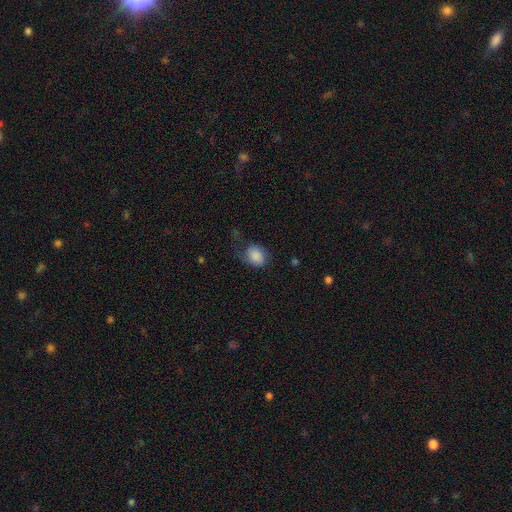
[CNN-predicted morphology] A smooth galaxy with no disk features (83%) that is in between round and cigar-shaped (56%).

Vote fractions:
- Smooth or featured? smooth: 83% / featured or disk: 10% / star or artifact: 8%
- How rounded? in between: 56% / round: 43% / cigar-shaped: 1%
- Merging? none: 47% / minor disturbance: 28% / major disturbance: 22% / merger: 3%